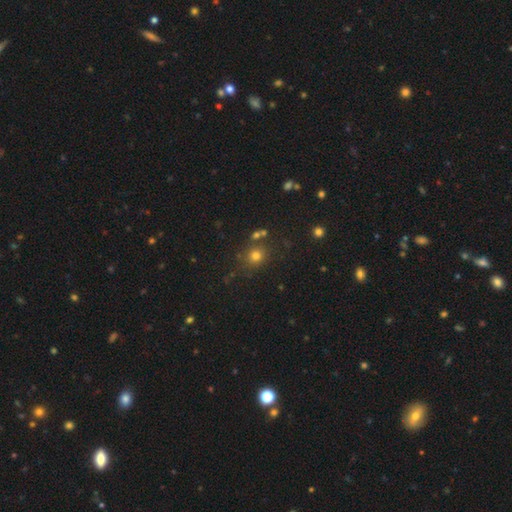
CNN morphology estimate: This is likely a smooth galaxy (73%). How rounded: clearly round (84%). Merging: likely none (75%).